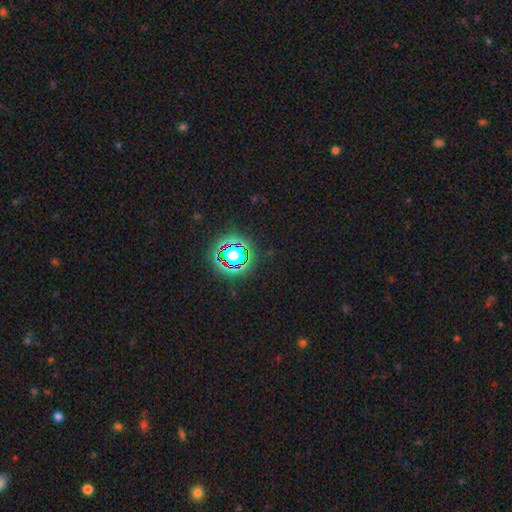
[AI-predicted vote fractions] smooth-or-featured: star or artifact: 80% | smooth: 12% | featured or disk: 8%